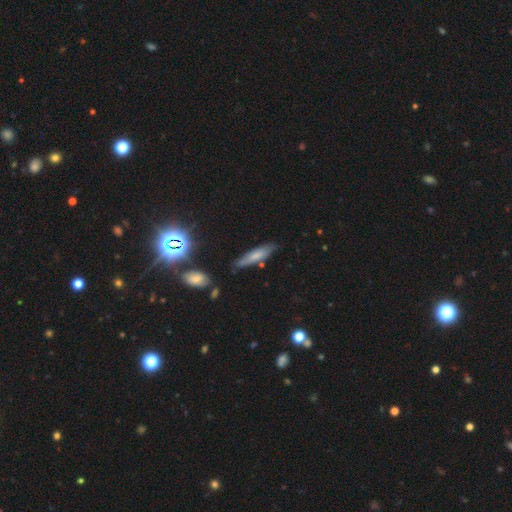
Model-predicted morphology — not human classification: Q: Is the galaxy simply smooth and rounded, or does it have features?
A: smooth — 64%.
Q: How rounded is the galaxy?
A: cigar-shaped — 74%.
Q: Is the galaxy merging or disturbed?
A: none — 75%.